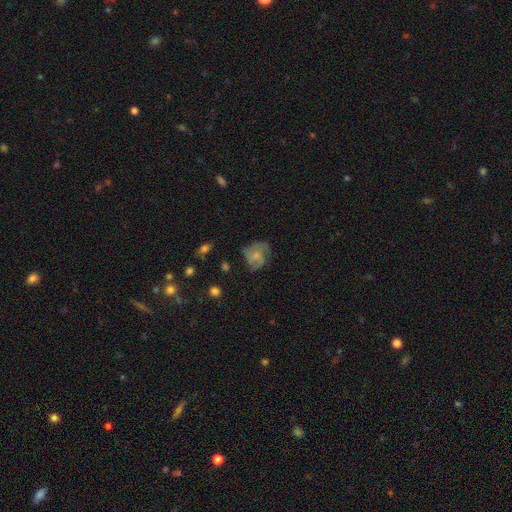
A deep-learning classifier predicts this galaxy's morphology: This appears to be a featured or disk galaxy (54%) with no bar (75%), spiral arms (84%) and a small central bulge (45%). Merging: none (56%).